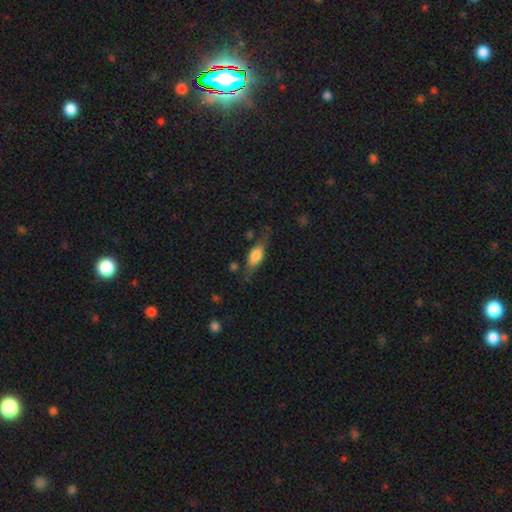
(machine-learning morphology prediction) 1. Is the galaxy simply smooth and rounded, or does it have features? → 58% smooth, 35% featured or disk, 7% star or artifact.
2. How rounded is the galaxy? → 70% in between, 26% cigar-shaped, 4% round.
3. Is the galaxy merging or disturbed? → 63% none, 24% minor disturbance, 9% major disturbance, 3% merger.